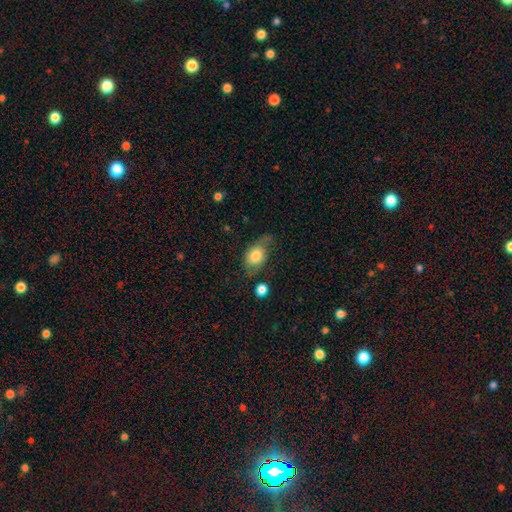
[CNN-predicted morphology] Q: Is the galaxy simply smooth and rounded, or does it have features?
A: smooth — 69%.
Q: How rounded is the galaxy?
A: in between — 81%.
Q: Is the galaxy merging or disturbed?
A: none — 45%.